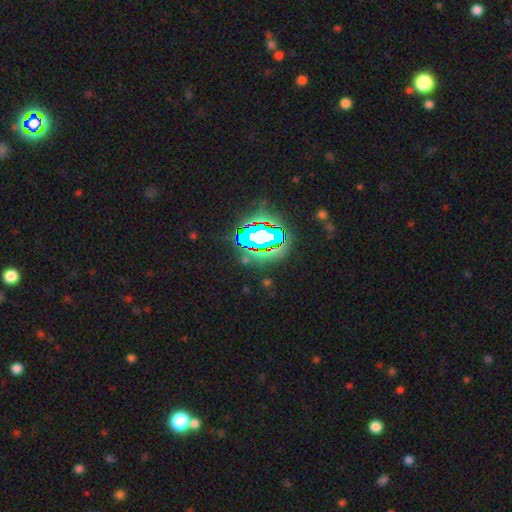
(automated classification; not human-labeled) This is clearly a star or artifact rather than a galaxy (81%).